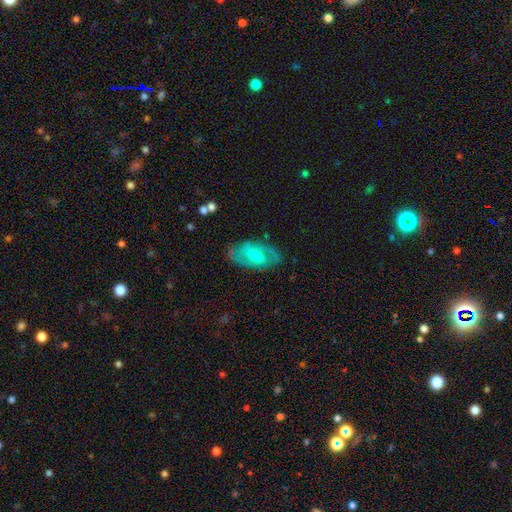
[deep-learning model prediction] Smooth or featured: featured or disk — 72% (smooth — 22%)
Edge-on disk: no — 94% (yes — 6%)
Bar: weak — 50% (no — 31%)
Spiral arms: yes — 84% (no — 16%)
Spiral winding: medium — 49% (tight — 32%)
Spiral arm count: 2 — 82% (can't tell — 11%)
Bulge size: moderate — 49% (small — 44%)
Merging: none — 77% (minor disturbance — 16%)